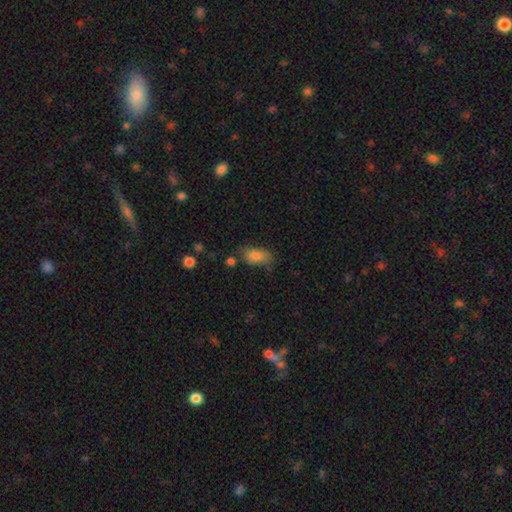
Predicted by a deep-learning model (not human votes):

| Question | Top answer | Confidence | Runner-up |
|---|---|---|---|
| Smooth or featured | smooth | 82% | star or artifact (9%) |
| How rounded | in between | 91% | round (6%) |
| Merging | none | 59% | minor disturbance (27%) |